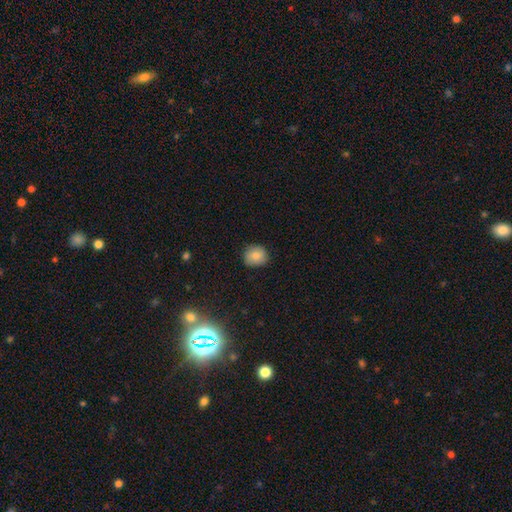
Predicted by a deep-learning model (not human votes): Smooth or featured: smooth — 80% (featured or disk — 10%)
How rounded: round — 83% (in between — 16%)
Merging: none — 84% (minor disturbance — 13%)